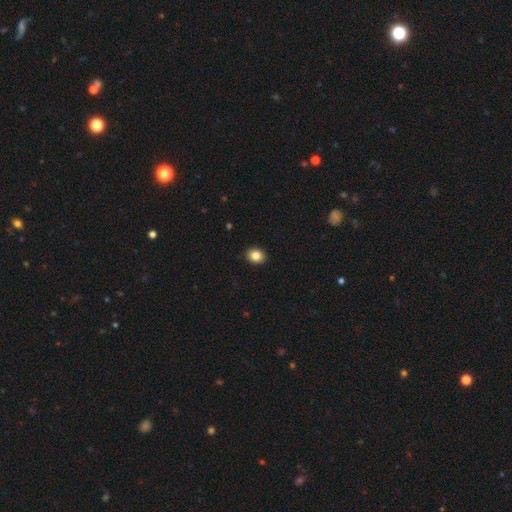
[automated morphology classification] smooth-or-featured: smooth: 84% | star or artifact: 10% | featured or disk: 7%
  how-rounded: round: 51% | in between: 48% | cigar-shaped: 1%
  merging: none: 91% | minor disturbance: 7% | major disturbance: 2% | merger: 1%